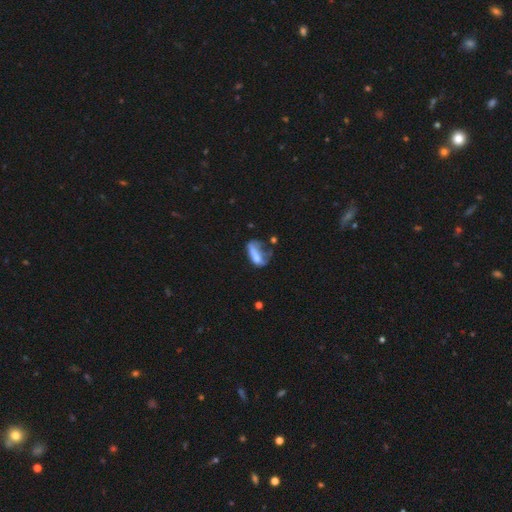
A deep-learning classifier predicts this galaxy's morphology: A smooth galaxy with no disk features (53%) that is in between round and cigar-shaped (70%). Merging: major disturbance (48%).